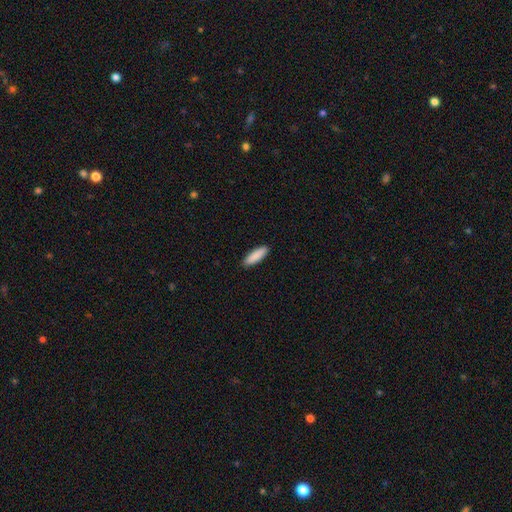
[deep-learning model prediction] Smooth or featured? Predicted: smooth (p=0.89). How rounded? Predicted: cigar-shaped (p=0.57). Merging? Predicted: none (p=0.90).